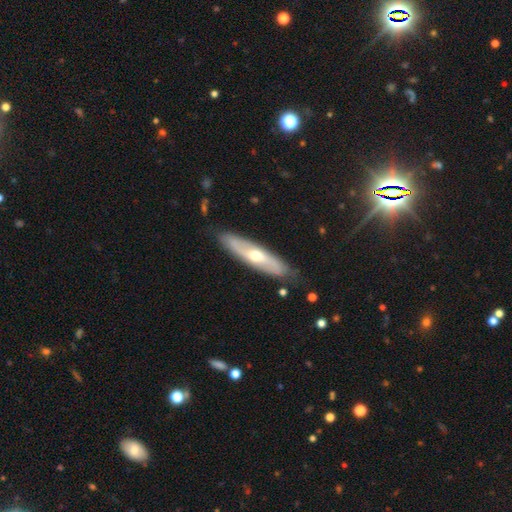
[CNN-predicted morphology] smooth-or-featured: featured or disk: 65% | smooth: 30% | star or artifact: 5%
  disk-edge-on: no: 63% | yes: 37%
  merging: none: 82% | minor disturbance: 14% | major disturbance: 3% | merger: 2%